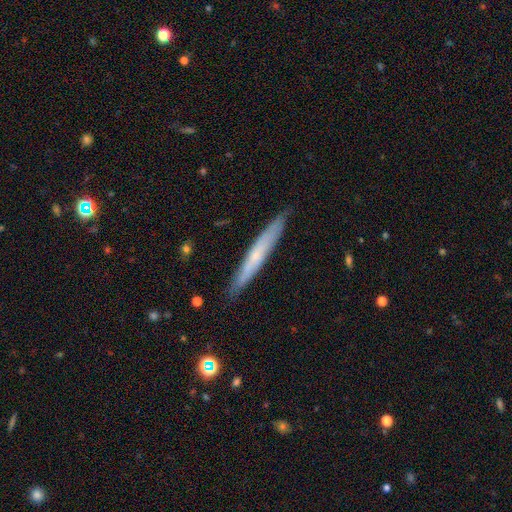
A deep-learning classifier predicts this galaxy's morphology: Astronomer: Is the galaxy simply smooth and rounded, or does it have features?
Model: featured or disk — 49% (runner-up: smooth, 45%).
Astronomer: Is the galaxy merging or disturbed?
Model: none — 87%.